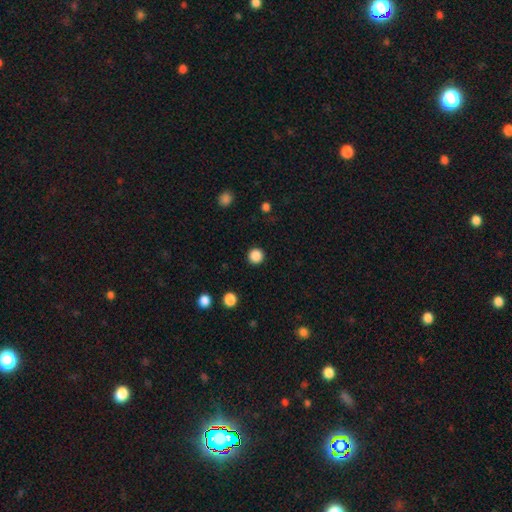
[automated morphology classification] A smooth galaxy with no disk features (87%) that is round (95%). Merging: none (92%).